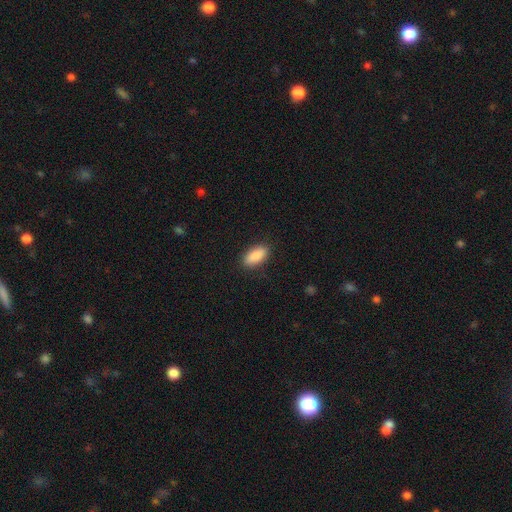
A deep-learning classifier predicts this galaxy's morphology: type=smooth (89%); roundness=in between (87%); merging=none (88%).